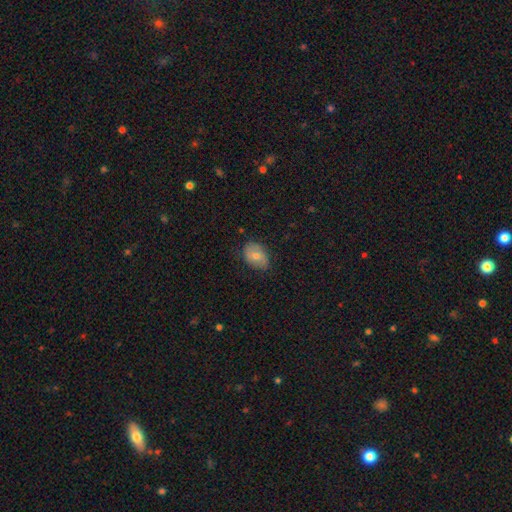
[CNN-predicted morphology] Q: Smooth or featured?
A: smooth (58%); runner-up: featured or disk (32%)
Q: How rounded?
A: in between (76%); runner-up: round (23%)
Q: Merging?
A: none (75%); runner-up: minor disturbance (20%)